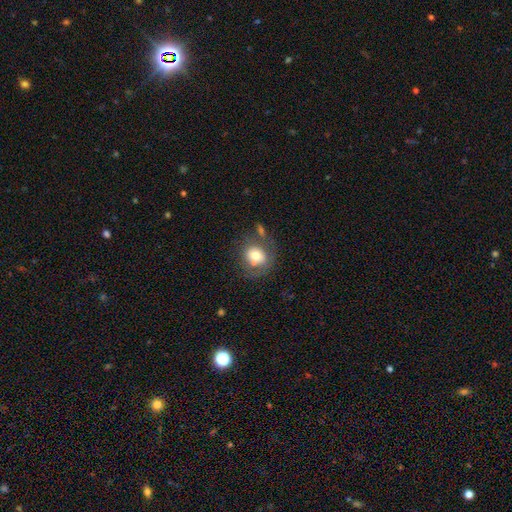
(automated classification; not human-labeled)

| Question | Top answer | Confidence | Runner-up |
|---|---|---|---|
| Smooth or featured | smooth | 66% | featured or disk (25%) |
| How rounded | round | 73% | in between (26%) |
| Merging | none | 52% | minor disturbance (19%) |